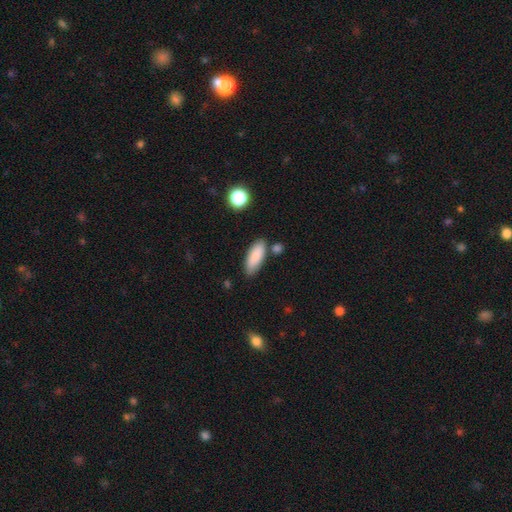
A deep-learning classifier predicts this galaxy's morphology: A smooth galaxy with no disk features (86%) that is in between round and cigar-shaped (73%). Merging: none (77%).